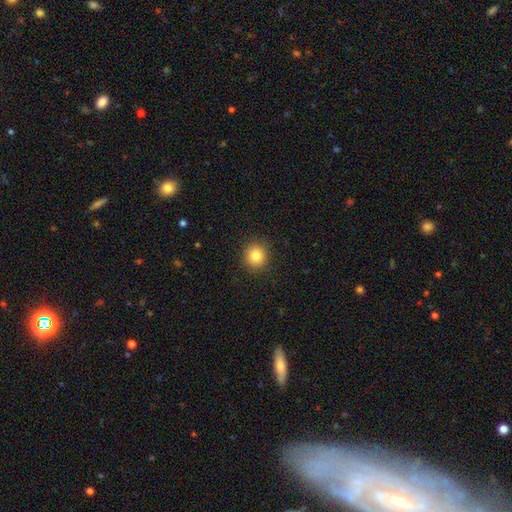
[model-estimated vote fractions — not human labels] Smooth or featured? smooth (83%)
How rounded? round (90%)
Merging? none (90%)